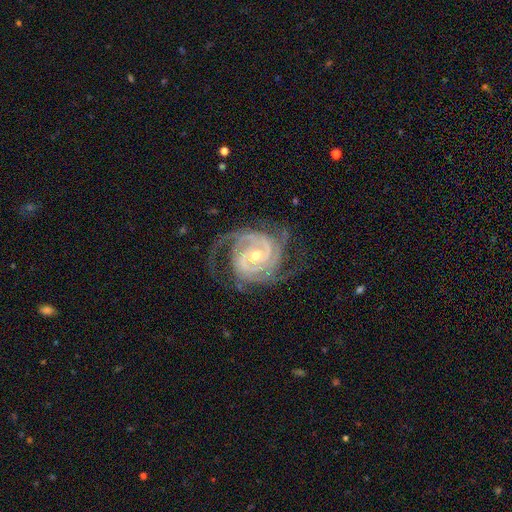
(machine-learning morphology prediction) Smooth or featured? Predicted: featured or disk (p=0.93). Edge-on disk? Predicted: no (p=0.98). Bar? Predicted: no (p=0.54). Spiral arms? Predicted: yes (p=0.99). Spiral winding? Predicted: tight (p=0.72). Spiral arm count? Predicted: 2 (p=0.36). Bulge size? Predicted: small (p=0.52). Merging? Predicted: none (p=0.71).